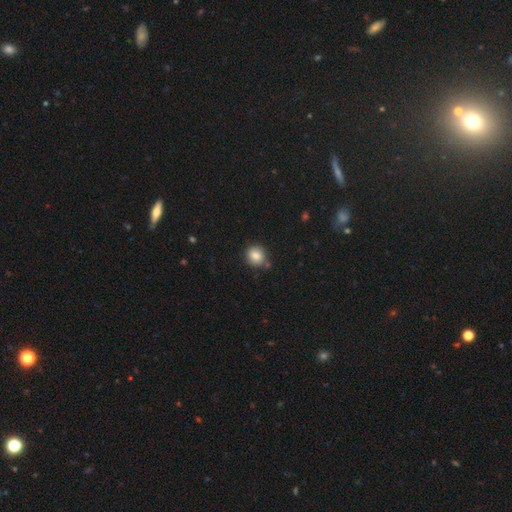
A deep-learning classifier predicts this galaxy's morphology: Smooth or featured?
  - smooth: 84% *
  - star or artifact: 9%
  - featured or disk: 6%
How rounded?
  - round: 86% *
  - in between: 13%
  - cigar-shaped: 1%
Merging?
  - none: 79% *
  - minor disturbance: 12%
  - merger: 6%
  - major disturbance: 3%